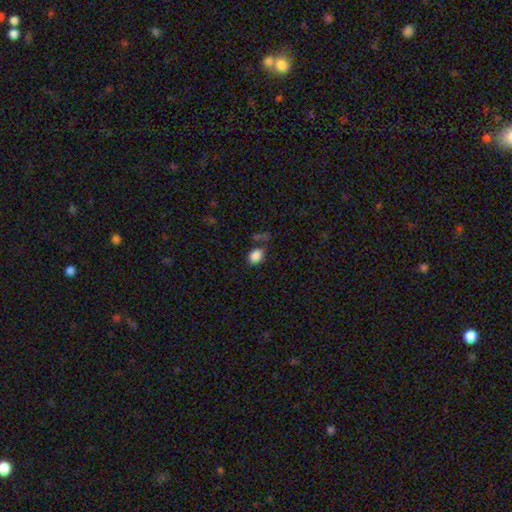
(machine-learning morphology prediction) The model was most divided on "how rounded": in between: 68%, round: 31%, cigar-shaped: 1%. More confident: smooth or featured — smooth (86%); merging — none (63%).